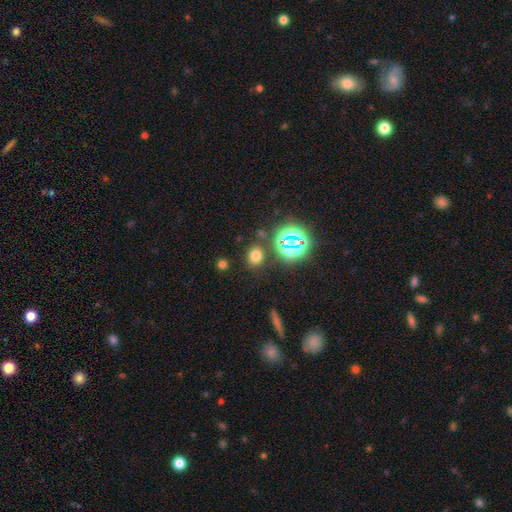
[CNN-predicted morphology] type=smooth (68%); roundness=round (52%); merging=none (83%).